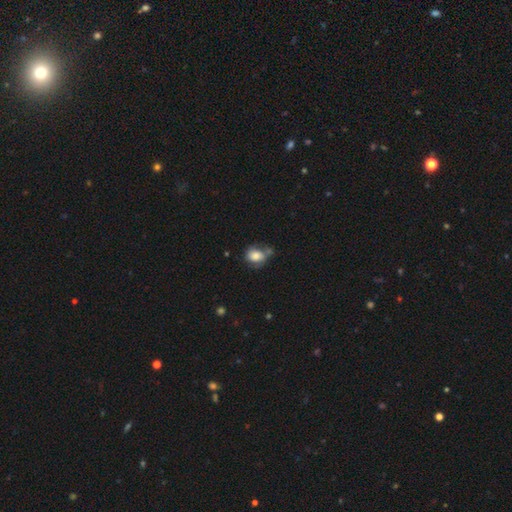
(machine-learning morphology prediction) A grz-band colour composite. It shows a smooth galaxy with no disk features (74%) that is in between round and cigar-shaped (51%). Merging: none (45%).